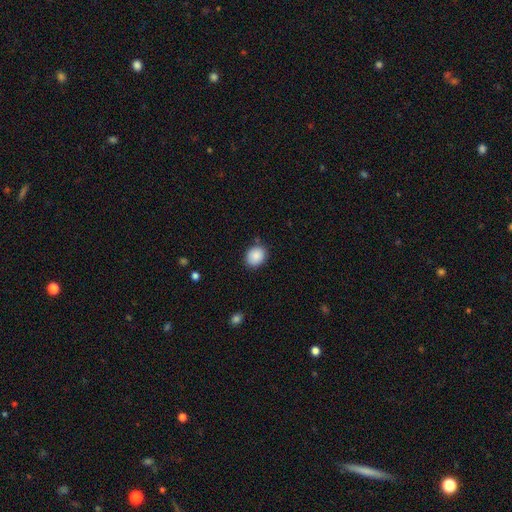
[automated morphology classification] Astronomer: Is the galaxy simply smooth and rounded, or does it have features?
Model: smooth — 88%.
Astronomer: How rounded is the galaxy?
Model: round — 56% (runner-up: in between, 43%).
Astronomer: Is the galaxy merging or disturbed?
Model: none — 83%.